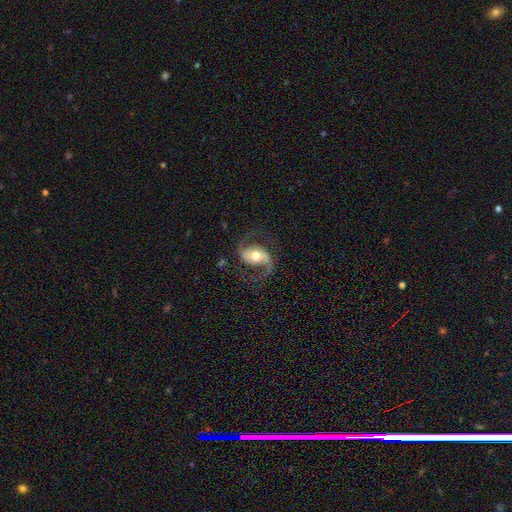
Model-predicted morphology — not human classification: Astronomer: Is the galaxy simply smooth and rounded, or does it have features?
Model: featured or disk — 88%.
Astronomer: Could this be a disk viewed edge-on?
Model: no — 98%.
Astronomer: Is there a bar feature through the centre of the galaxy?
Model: weak — 36%, tied with no at 36%.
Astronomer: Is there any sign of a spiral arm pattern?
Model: yes — 97%.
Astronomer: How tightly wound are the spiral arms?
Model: medium — 48% (runner-up: loose, 43%).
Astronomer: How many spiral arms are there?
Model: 2 — 93%.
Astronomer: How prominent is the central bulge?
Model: moderate — 70%.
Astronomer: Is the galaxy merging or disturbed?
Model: none — 77%.